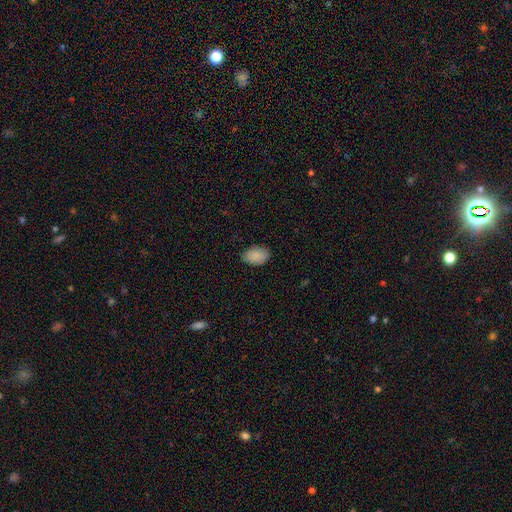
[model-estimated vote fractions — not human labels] Smooth or featured?
  - smooth: 89% *
  - star or artifact: 8%
  - featured or disk: 3%
How rounded?
  - in between: 88% *
  - round: 11%
  - cigar-shaped: 1%
Merging?
  - none: 82% *
  - minor disturbance: 14%
  - major disturbance: 3%
  - merger: 1%